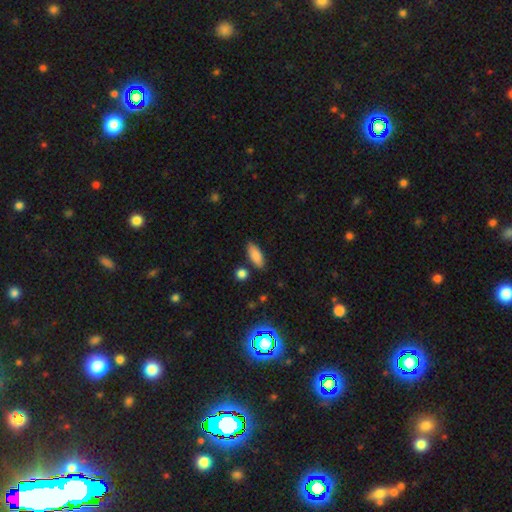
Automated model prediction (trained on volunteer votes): A smooth galaxy with no disk features (85%) that is in between round and cigar-shaped (80%).

Vote fractions:
- Smooth or featured? smooth: 85% / featured or disk: 8% / star or artifact: 7%
- How rounded? in between: 80% / cigar-shaped: 17% / round: 3%
- Merging? none: 82% / minor disturbance: 12% / merger: 4% / major disturbance: 2%